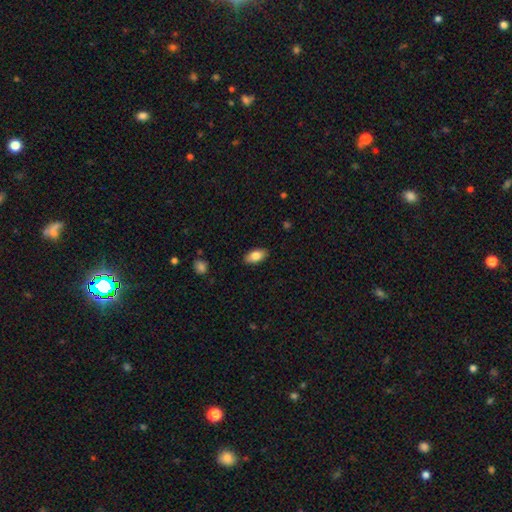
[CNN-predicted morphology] smooth_or_featured: smooth (p=0.82) [alt: featured or disk p=0.11]
how_rounded: in between (p=0.92) [alt: cigar-shaped p=0.05]
merging: none (p=0.88) [alt: minor disturbance p=0.09]